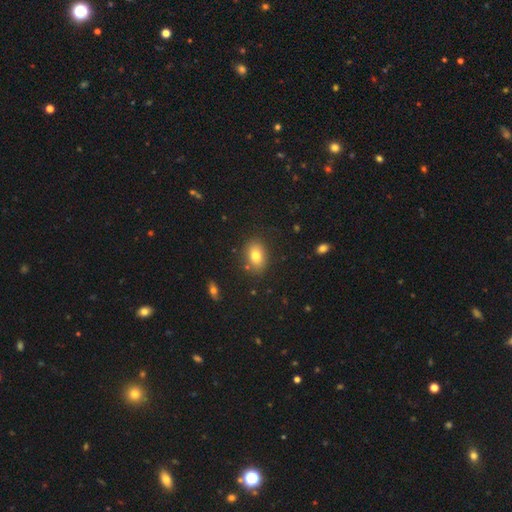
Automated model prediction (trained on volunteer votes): Q: Smooth or featured?
A: smooth (77%); runner-up: featured or disk (13%)
Q: How rounded?
A: in between (77%); runner-up: round (21%)
Q: Merging?
A: none (82%); runner-up: minor disturbance (11%)